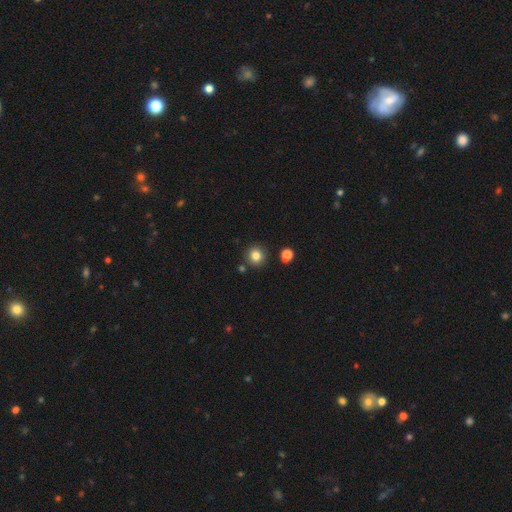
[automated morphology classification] Smooth or featured? Predicted: smooth (p=0.83). How rounded? Predicted: round (p=0.92). Merging? Predicted: none (p=0.86).